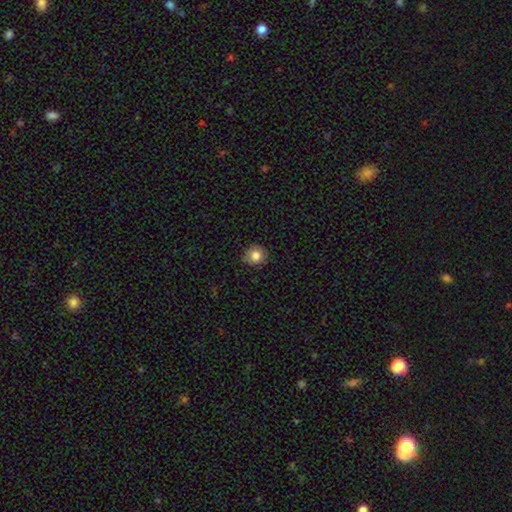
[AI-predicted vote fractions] Q: Smooth or featured?
A: smooth (82%); runner-up: star or artifact (10%)
Q: How rounded?
A: round (88%); runner-up: in between (11%)
Q: Merging?
A: none (86%); runner-up: minor disturbance (11%)